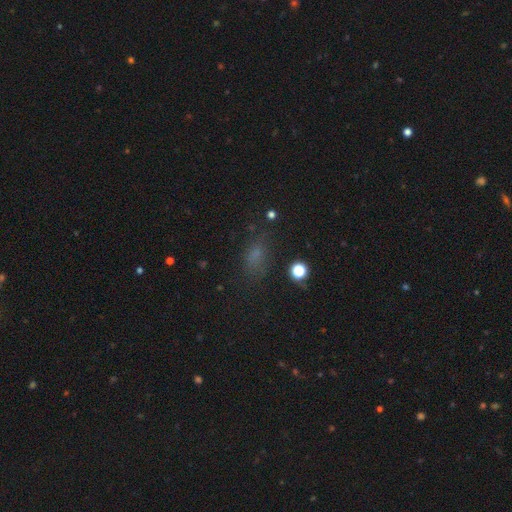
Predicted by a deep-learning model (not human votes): Overall: smooth (62%; star or artifact 27%). How rounded: in between (74%). Merging: none (67%).